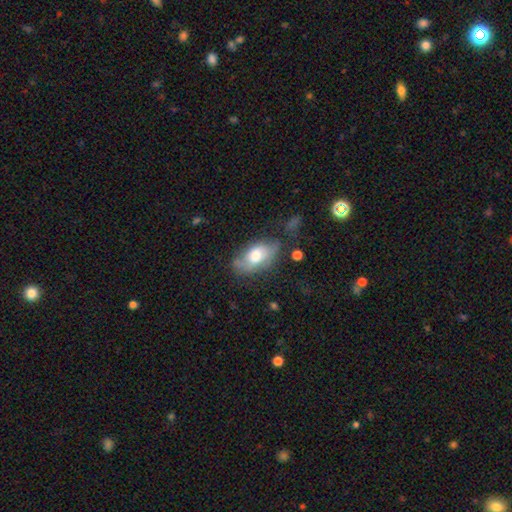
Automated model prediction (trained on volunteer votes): smooth-or-featured: smooth: 61% | featured or disk: 31% | star or artifact: 8%
  how-rounded: in between: 90% | round: 6% | cigar-shaped: 4%
  merging: none: 50% | minor disturbance: 30% | major disturbance: 15% | merger: 5%